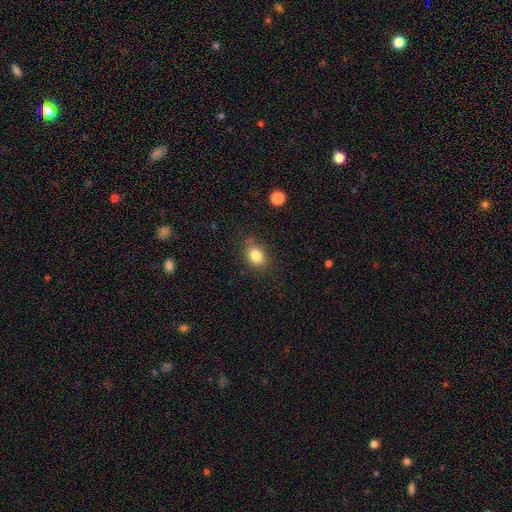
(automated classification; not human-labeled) The model was most divided on "how rounded": in between: 76%, round: 23%, cigar-shaped: 2%. More confident: smooth or featured — smooth (83%); merging — none (75%).